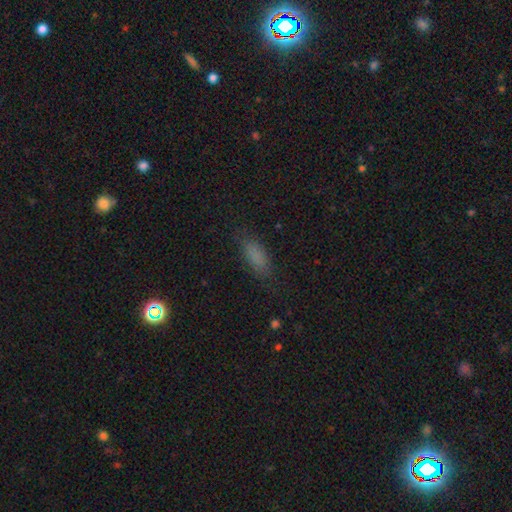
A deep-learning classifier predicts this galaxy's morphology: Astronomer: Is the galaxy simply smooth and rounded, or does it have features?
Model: smooth — 80%.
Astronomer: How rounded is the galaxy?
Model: in between — 68%.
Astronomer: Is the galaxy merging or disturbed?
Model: none — 80%.